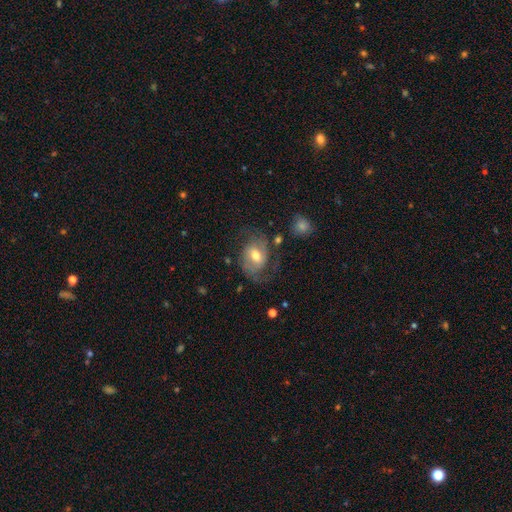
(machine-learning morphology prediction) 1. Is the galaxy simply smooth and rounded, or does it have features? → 70% featured or disk, 22% smooth, 7% star or artifact.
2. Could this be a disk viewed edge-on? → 97% no, 3% yes.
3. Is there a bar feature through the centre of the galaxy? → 48% weak, 37% no, 15% strong.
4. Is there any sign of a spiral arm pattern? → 89% yes, 11% no.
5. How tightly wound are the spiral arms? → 50% medium, 29% loose, 21% tight.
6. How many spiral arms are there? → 82% 2, 8% can't tell, 5% 1, 2% 3, 1% 4, 1% more than 4.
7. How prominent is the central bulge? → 70% moderate, 20% small, 8% large, 1% none, 1% dominant.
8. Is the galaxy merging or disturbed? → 61% none, 19% minor disturbance, 17% major disturbance, 4% merger.